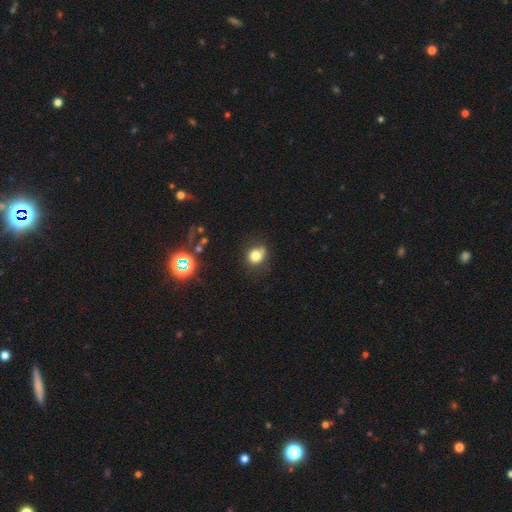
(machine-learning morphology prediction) This appears to be a smooth galaxy with no disk features (76%) that is round (67%). Merging: none (65%).